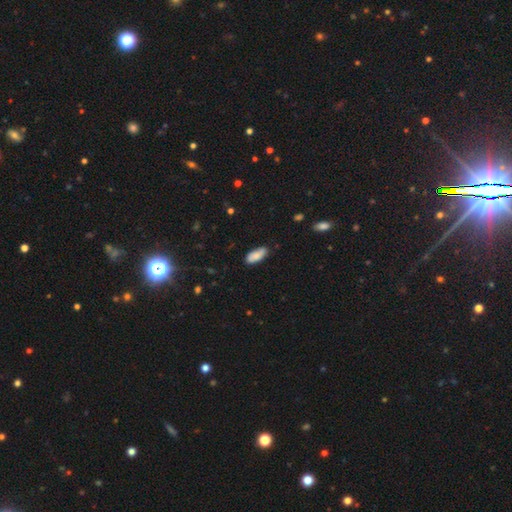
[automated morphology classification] Q: Smooth or featured?
A: smooth (83%); runner-up: featured or disk (11%)
Q: How rounded?
A: in between (82%); runner-up: cigar-shaped (16%)
Q: Merging?
A: none (81%); runner-up: minor disturbance (15%)